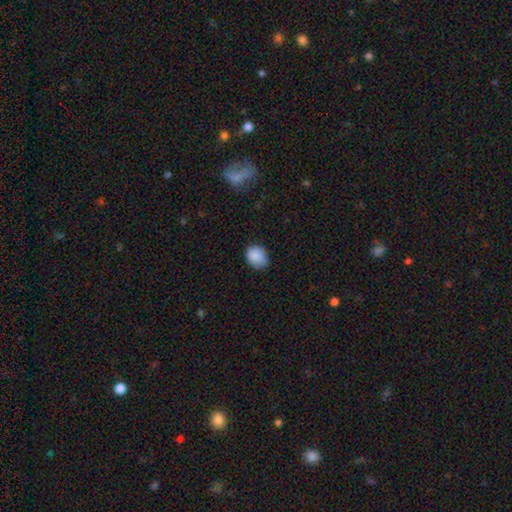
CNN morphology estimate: Overall: smooth (88%). How rounded: round (56%; in between 43%). Merging: none (75%).